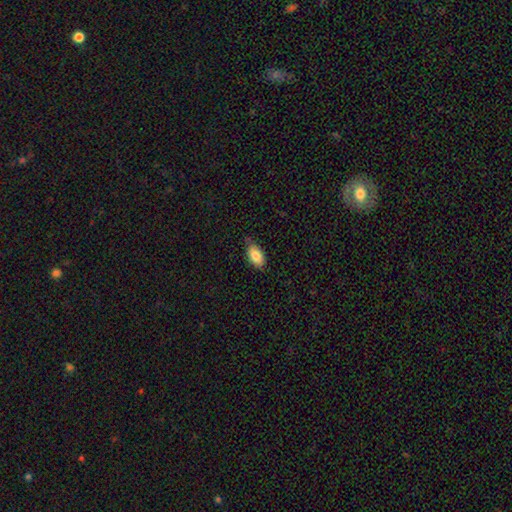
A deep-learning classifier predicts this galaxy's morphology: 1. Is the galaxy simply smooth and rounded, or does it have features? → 86% smooth, 7% featured or disk, 7% star or artifact.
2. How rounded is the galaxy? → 93% in between, 4% round, 3% cigar-shaped.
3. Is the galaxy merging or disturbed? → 69% none, 26% minor disturbance, 4% major disturbance, 1% merger.